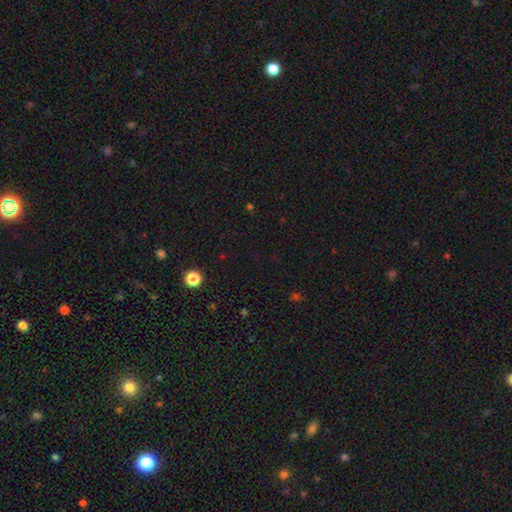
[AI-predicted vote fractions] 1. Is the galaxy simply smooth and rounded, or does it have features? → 64% star or artifact, 29% smooth, 7% featured or disk.